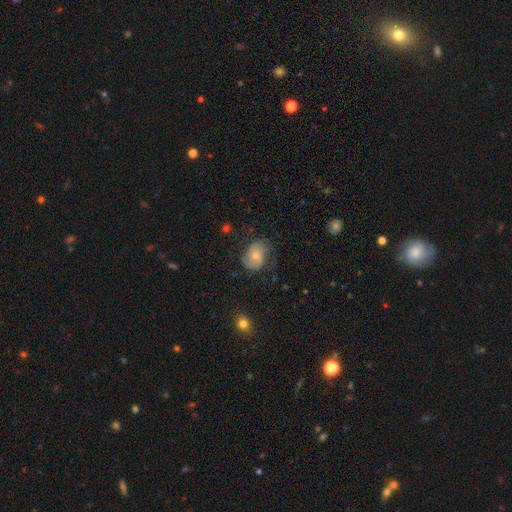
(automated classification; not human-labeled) smooth 48%, featured or disk 43%, star or artifact 9%. Down the decision tree: merging — none (59%).